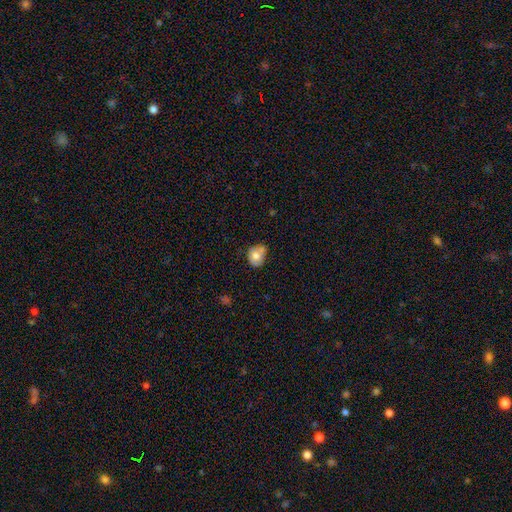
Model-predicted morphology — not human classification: Smooth or featured? Predicted: smooth (p=0.73). How rounded? Predicted: round (p=0.56). Merging? Predicted: none (p=0.44).